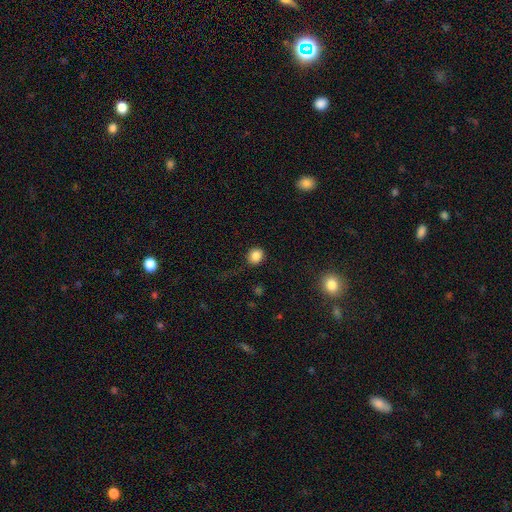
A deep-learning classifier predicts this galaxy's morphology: smooth_or_featured: smooth (p=0.84) [alt: star or artifact p=0.11]
how_rounded: round (p=0.79) [alt: in between p=0.20]
merging: none (p=0.85) [alt: minor disturbance p=0.10]